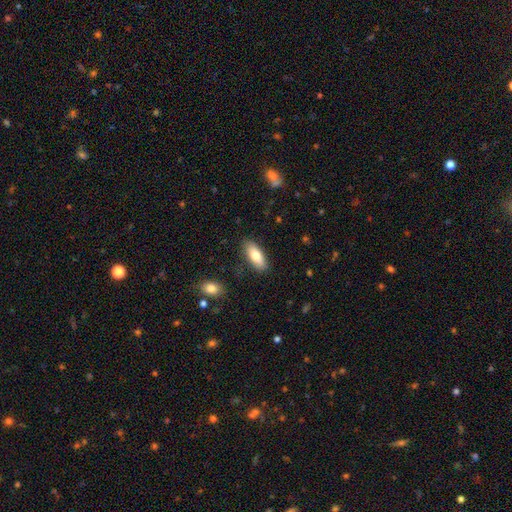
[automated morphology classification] The model was most divided on "how rounded": in between: 75%, cigar-shaped: 22%, round: 2%. More confident: merging — none (86%); smooth or featured — smooth (76%).